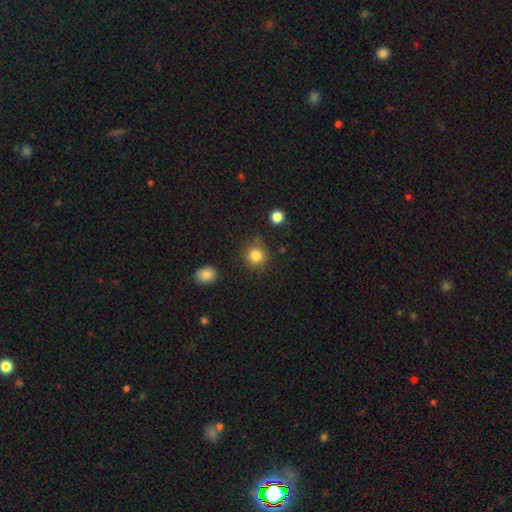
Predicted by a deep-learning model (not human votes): Q: Smooth or featured?
A: smooth (84%); runner-up: star or artifact (11%)
Q: How rounded?
A: round (92%); runner-up: in between (8%)
Q: Merging?
A: none (85%); runner-up: minor disturbance (8%)